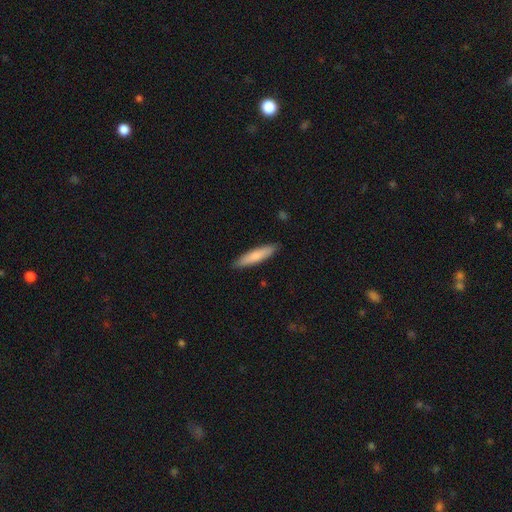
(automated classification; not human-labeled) A smooth galaxy with no disk features (78%) that is cigar-shaped (82%). Merging: none (89%).